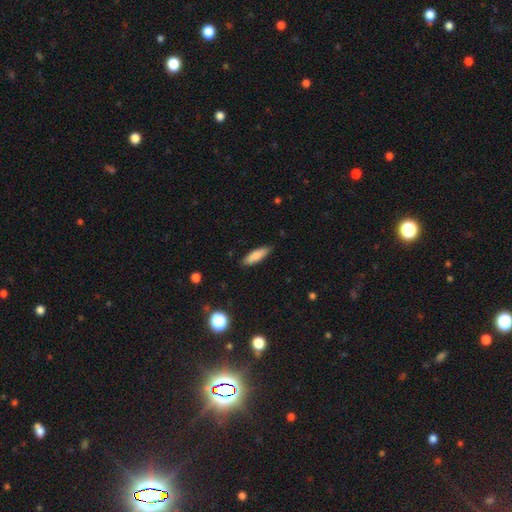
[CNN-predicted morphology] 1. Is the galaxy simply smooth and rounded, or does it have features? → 80% smooth, 13% featured or disk, 7% star or artifact.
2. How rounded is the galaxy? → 53% cigar-shaped, 45% in between, 2% round.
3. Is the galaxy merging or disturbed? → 86% none, 11% minor disturbance, 2% major disturbance, 1% merger.